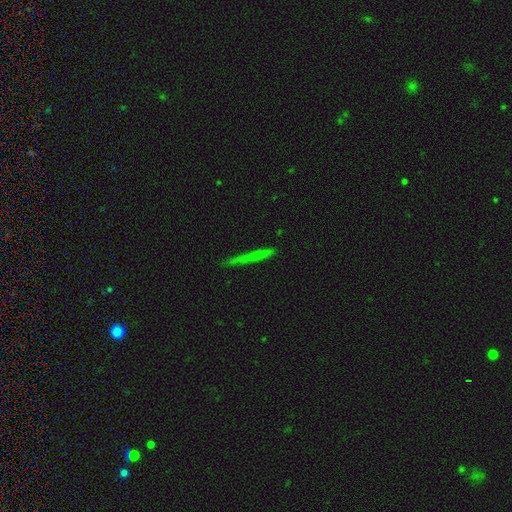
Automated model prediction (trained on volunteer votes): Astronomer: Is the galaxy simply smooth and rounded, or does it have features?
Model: smooth — 56% (runner-up: featured or disk, 34%).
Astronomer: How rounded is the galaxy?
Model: cigar-shaped — 95%.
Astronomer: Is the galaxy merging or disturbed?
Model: none — 83%.